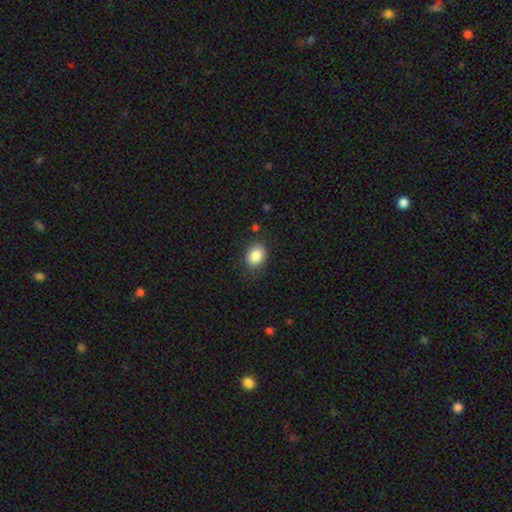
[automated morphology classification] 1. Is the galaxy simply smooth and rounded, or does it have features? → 86% smooth, 8% star or artifact, 6% featured or disk.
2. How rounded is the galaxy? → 65% in between, 34% round, 1% cigar-shaped.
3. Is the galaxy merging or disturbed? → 82% none, 13% minor disturbance, 4% major disturbance, 2% merger.